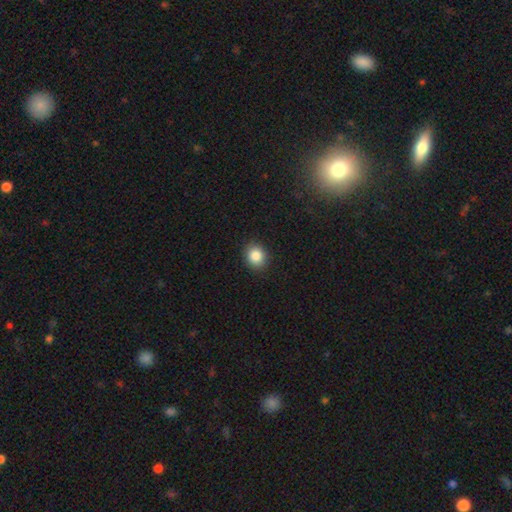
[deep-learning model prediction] Overall: smooth (86%). How rounded: round (66%; in between 33%). Merging: none (89%).